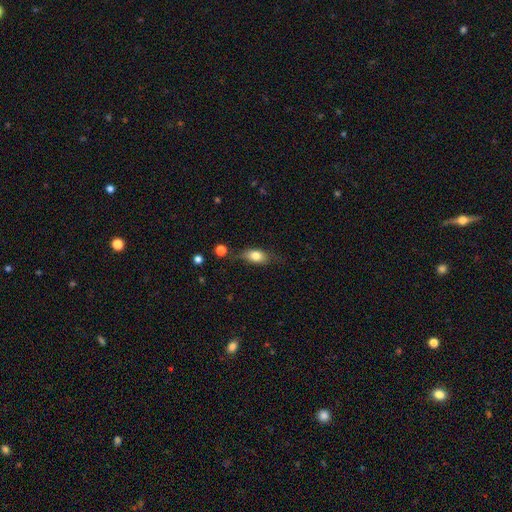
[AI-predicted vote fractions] Smooth or featured? smooth (77%)
How rounded? in between (81%)
Merging? none (60%)